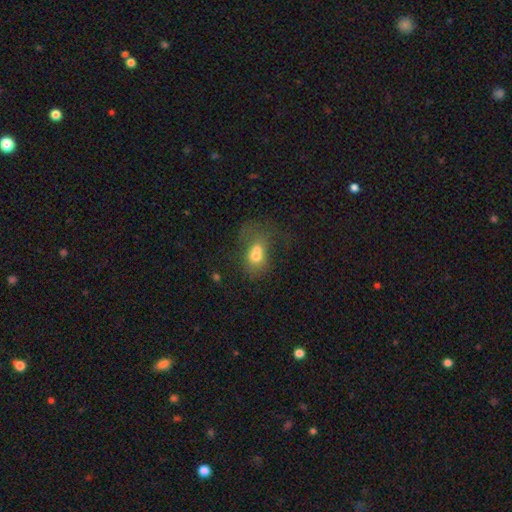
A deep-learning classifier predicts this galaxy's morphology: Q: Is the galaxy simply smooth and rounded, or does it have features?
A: smooth — 61%.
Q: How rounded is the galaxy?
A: in between — 55%.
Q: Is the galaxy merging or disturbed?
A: merger — 63%.